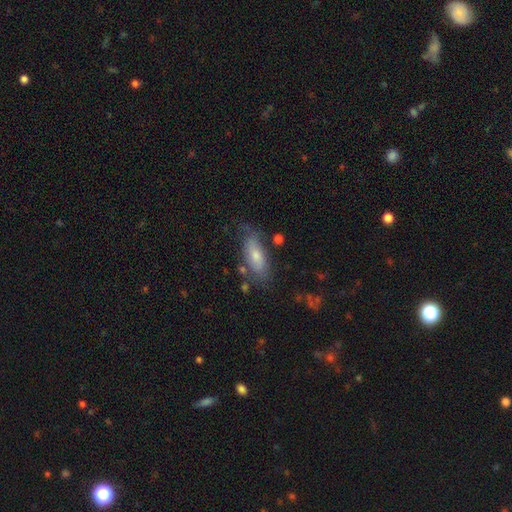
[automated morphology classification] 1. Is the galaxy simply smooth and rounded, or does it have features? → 59% smooth, 33% featured or disk, 9% star or artifact.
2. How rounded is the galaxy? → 74% in between, 23% cigar-shaped, 3% round.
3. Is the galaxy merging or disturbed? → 63% none, 23% minor disturbance, 9% major disturbance, 5% merger.